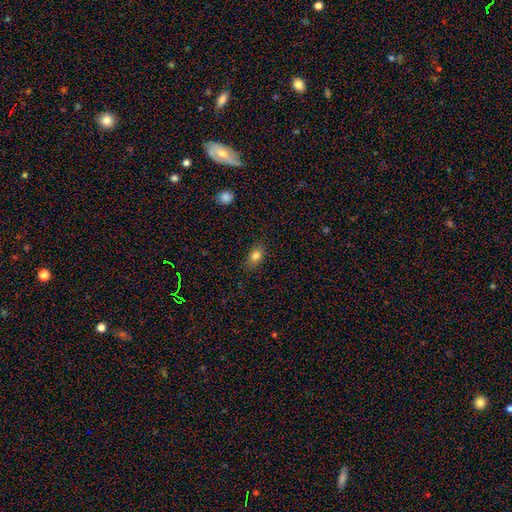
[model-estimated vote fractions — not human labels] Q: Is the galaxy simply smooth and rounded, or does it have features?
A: smooth — 82%.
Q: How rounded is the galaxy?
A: in between — 78%.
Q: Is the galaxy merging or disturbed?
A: none — 84%.